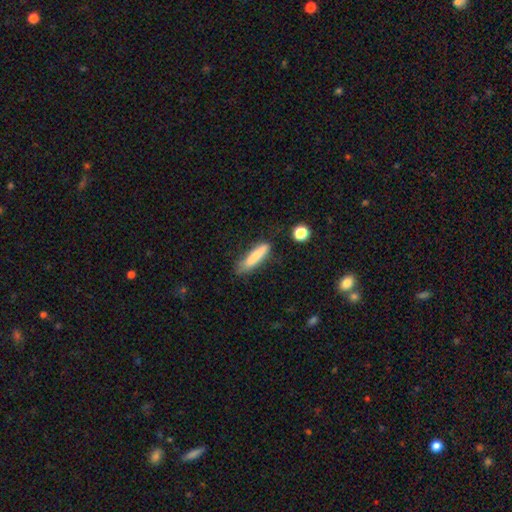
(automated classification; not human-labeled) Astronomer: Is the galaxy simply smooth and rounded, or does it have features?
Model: smooth — 75%.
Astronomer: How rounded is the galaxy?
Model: cigar-shaped — 80%.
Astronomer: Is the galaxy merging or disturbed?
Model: none — 64%.